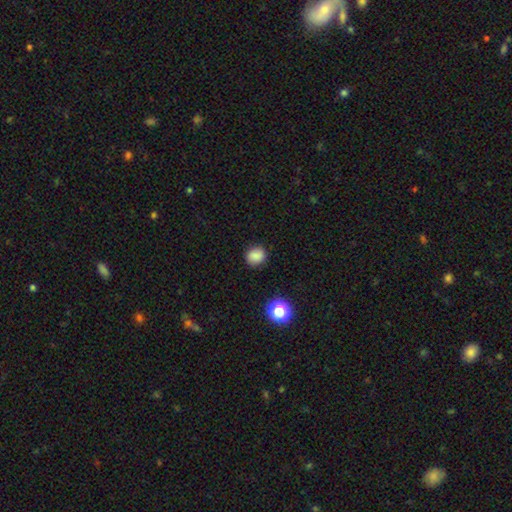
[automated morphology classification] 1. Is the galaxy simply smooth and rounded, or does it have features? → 84% smooth, 12% star or artifact, 5% featured or disk.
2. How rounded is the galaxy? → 73% round, 26% in between, 1% cigar-shaped.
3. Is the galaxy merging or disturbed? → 86% none, 10% minor disturbance, 3% major disturbance, 1% merger.